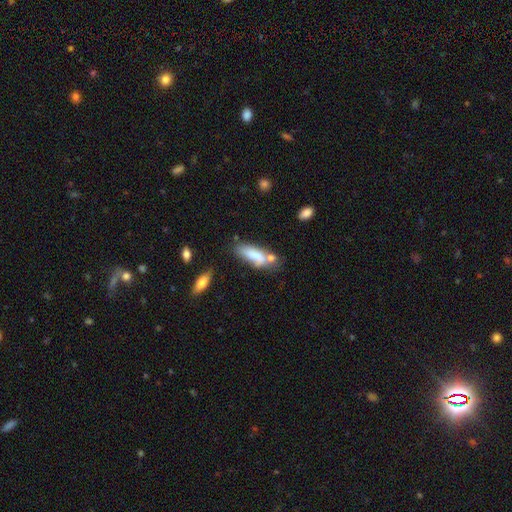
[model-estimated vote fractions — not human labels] Smooth or featured? Predicted: smooth (p=0.74). How rounded? Predicted: in between (p=0.58). Merging? Predicted: none (p=0.39).